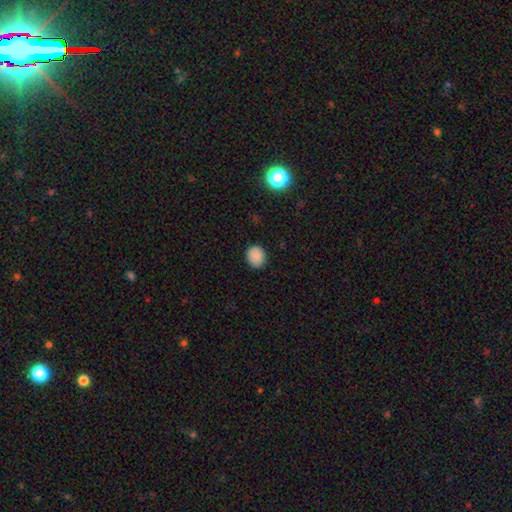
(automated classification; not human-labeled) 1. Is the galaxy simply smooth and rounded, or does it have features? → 86% smooth, 10% star or artifact, 4% featured or disk.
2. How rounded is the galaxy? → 70% round, 29% in between, 1% cigar-shaped.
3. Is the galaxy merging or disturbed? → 88% none, 9% minor disturbance, 2% major disturbance, 1% merger.